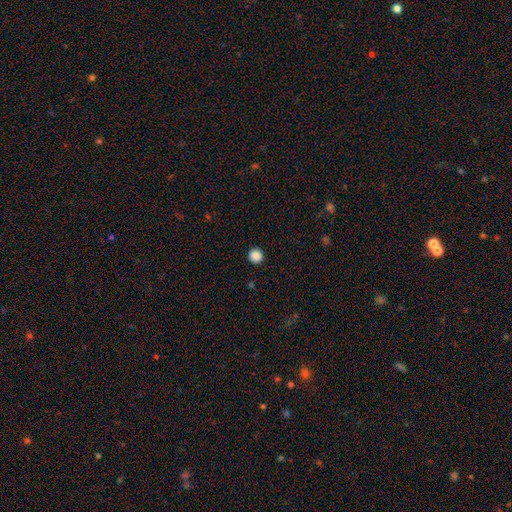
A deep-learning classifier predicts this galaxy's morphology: The model was most divided on "smooth or featured": smooth: 88%, star or artifact: 10%, featured or disk: 2%. More confident: how rounded — round (95%); merging — none (93%).